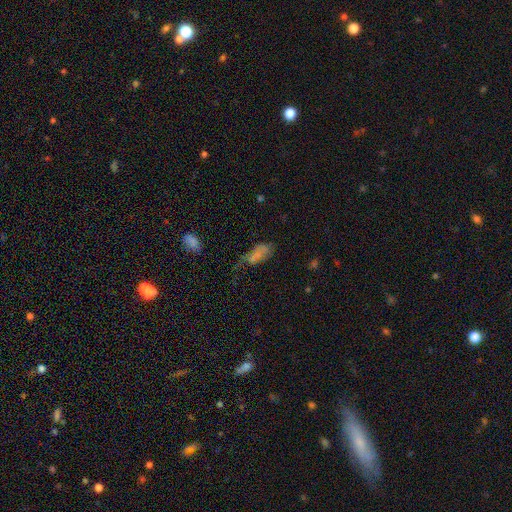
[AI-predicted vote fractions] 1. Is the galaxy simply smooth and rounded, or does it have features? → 59% smooth, 26% featured or disk, 14% star or artifact.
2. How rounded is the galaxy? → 82% in between, 14% cigar-shaped, 4% round.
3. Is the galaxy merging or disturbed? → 34% major disturbance, 29% none, 28% minor disturbance, 9% merger.